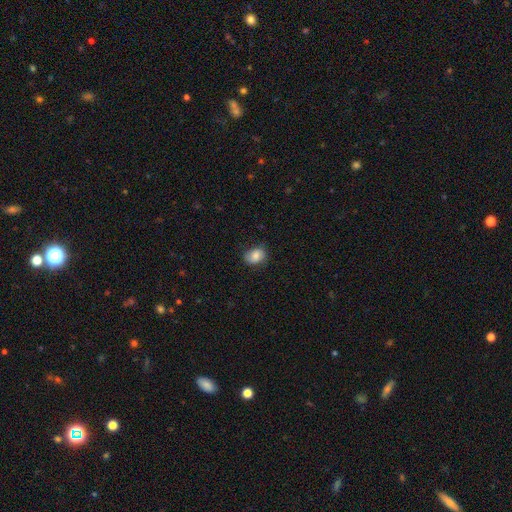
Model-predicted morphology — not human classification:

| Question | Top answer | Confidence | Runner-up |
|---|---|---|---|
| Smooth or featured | smooth | 80% | featured or disk (12%) |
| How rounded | in between | 60% | round (39%) |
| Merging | none | 72% | minor disturbance (22%) |